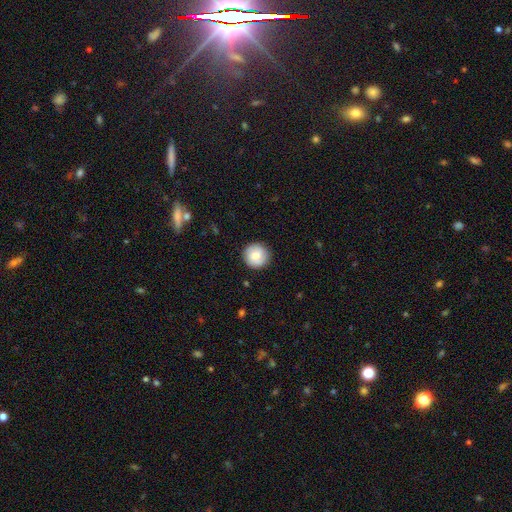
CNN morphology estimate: The model was most divided on "smooth or featured": smooth: 75%, featured or disk: 18%, star or artifact: 7%. More confident: how rounded — round (95%); merging — none (89%).